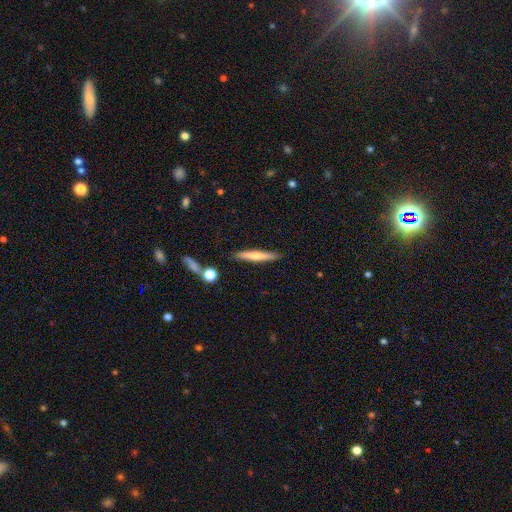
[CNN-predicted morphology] smooth_or_featured: smooth (p=0.54) [alt: featured or disk p=0.40]
how_rounded: cigar-shaped (p=0.93) [alt: in between p=0.06]
merging: none (p=0.86) [alt: minor disturbance p=0.09]